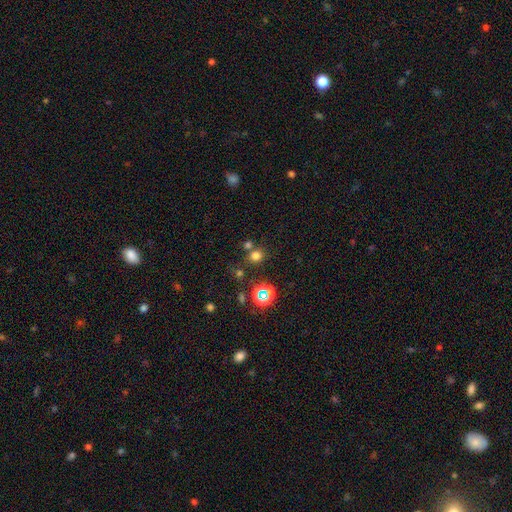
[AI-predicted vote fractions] Smooth or featured? Predicted: smooth (p=0.68). How rounded? Predicted: round (p=0.81). Merging? Predicted: none (p=0.71).